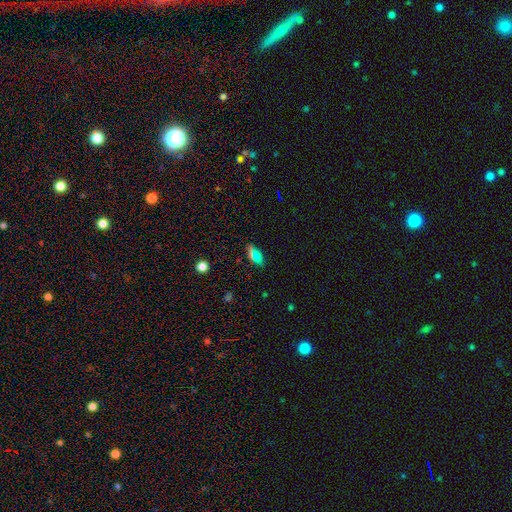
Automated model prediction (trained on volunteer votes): The model was most divided on "smooth or featured": smooth: 60%, star or artifact: 27%, featured or disk: 13%. More confident: how rounded — in between (77%); merging — none (76%).